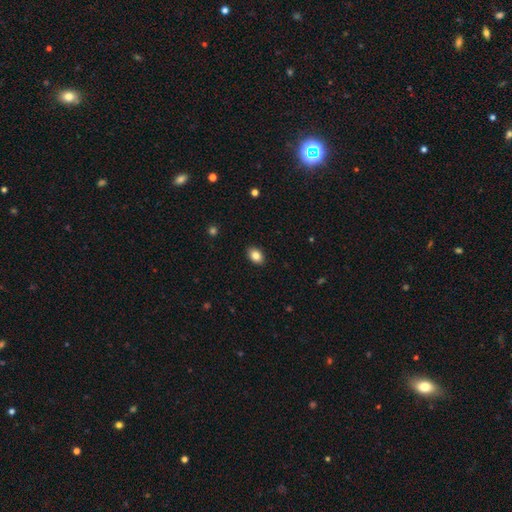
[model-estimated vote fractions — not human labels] smooth-or-featured: smooth: 85% | star or artifact: 9% | featured or disk: 6%
  how-rounded: in between: 81% | round: 18% | cigar-shaped: 1%
  merging: none: 89% | minor disturbance: 8% | major disturbance: 2% | merger: 1%